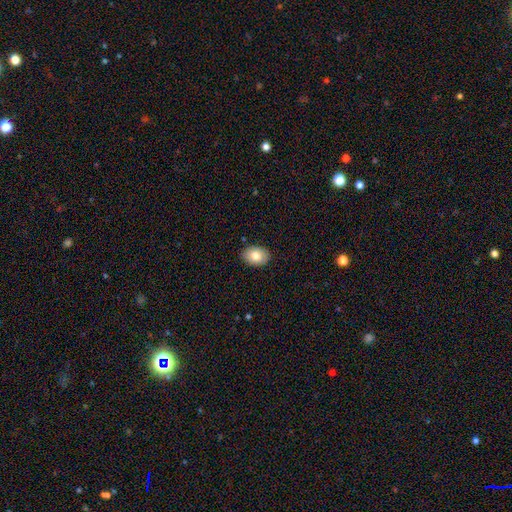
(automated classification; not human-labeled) A smooth galaxy with no disk features (81%) that is in between round and cigar-shaped (75%). Merging: none (88%).